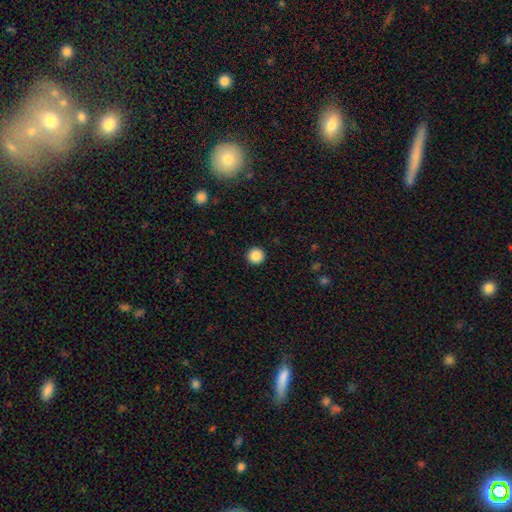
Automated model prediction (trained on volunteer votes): smooth_or_featured: smooth (p=0.87) [alt: star or artifact p=0.09]
how_rounded: round (p=0.96) [alt: in between p=0.03]
merging: none (p=0.94) [alt: minor disturbance p=0.04]